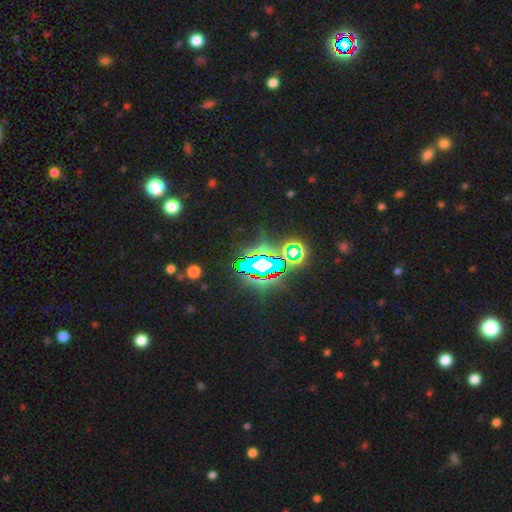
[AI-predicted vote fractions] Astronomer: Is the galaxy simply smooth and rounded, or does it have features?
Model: star or artifact — 78%.